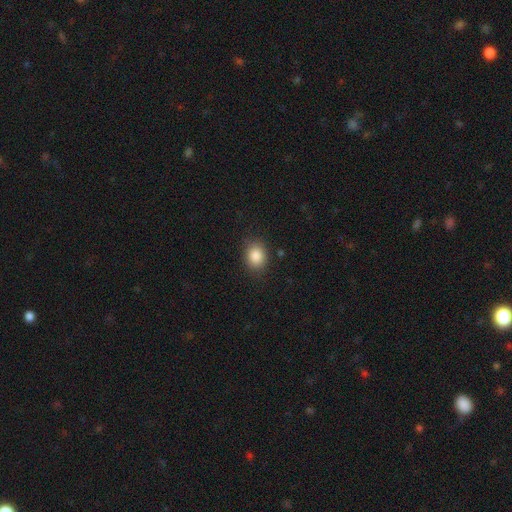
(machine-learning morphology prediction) Smooth or featured? smooth (86%)
How rounded? round (53%)
Merging? none (85%)